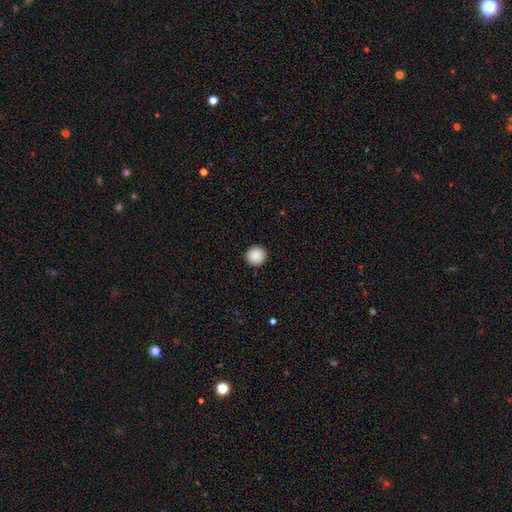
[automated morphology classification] The model was most divided on "smooth or featured": smooth: 89%, star or artifact: 8%, featured or disk: 3%. More confident: how rounded — round (96%); merging — none (93%).